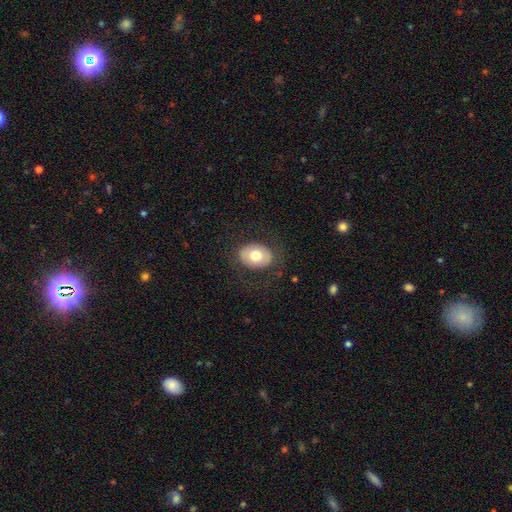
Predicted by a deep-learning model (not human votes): This is likely a smooth galaxy (68%). How rounded: likely in between (71%). Merging: likely none (79%).